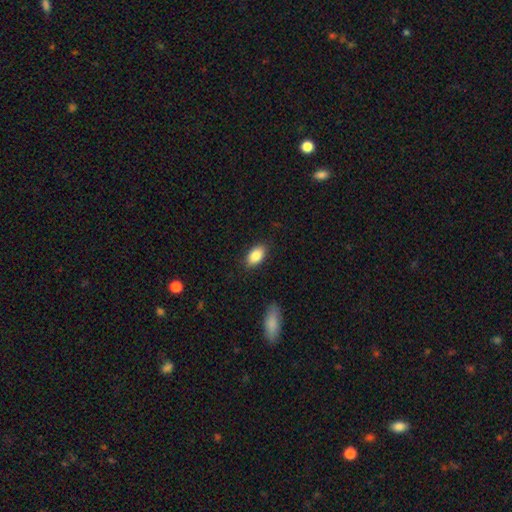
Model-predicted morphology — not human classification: The model was most divided on "merging": none: 87%, minor disturbance: 10%, major disturbance: 2%, merger: 1%. More confident: how rounded — in between (92%); smooth or featured — smooth (86%).